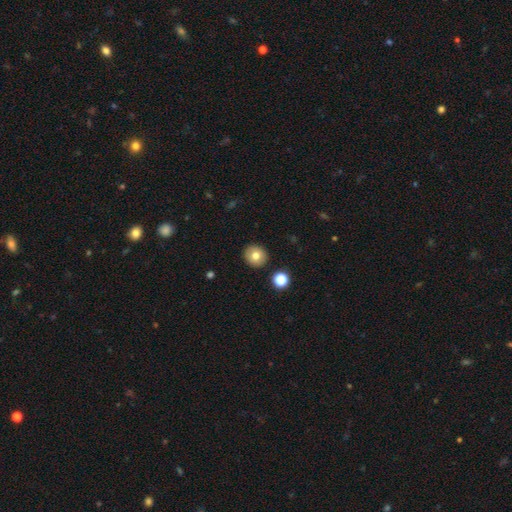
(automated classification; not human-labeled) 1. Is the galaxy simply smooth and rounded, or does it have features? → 76% smooth, 14% featured or disk, 10% star or artifact.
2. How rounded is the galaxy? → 88% round, 11% in between, 1% cigar-shaped.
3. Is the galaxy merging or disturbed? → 91% none, 6% minor disturbance, 2% merger, 2% major disturbance.